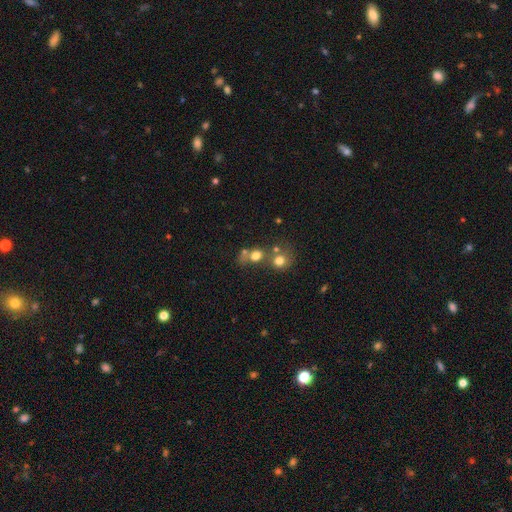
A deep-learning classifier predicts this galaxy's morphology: smooth-or-featured: smooth: 69% | star or artifact: 16% | featured or disk: 15%
  how-rounded: round: 73% | in between: 26% | cigar-shaped: 1%
  merging: merger: 50% | none: 35% | minor disturbance: 8% | major disturbance: 7%